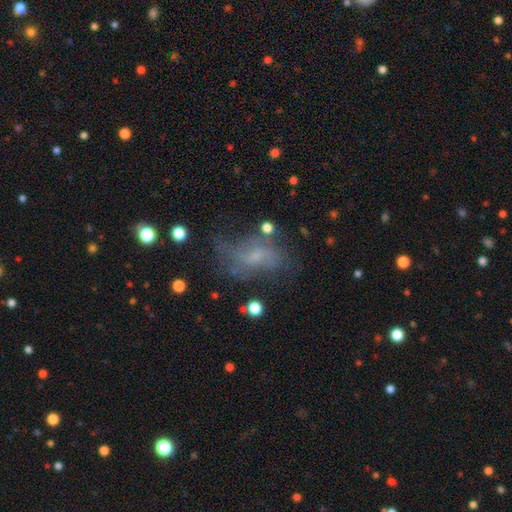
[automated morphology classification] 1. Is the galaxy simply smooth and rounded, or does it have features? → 46% featured or disk, 39% smooth, 16% star or artifact.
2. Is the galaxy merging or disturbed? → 44% none, 26% major disturbance, 25% minor disturbance, 5% merger.